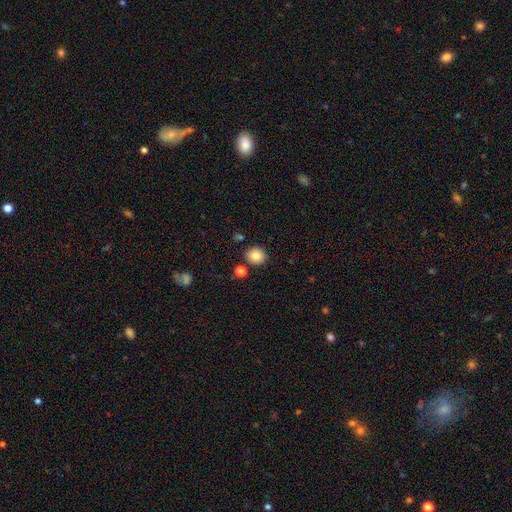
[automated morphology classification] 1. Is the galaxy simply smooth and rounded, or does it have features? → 83% smooth, 10% star or artifact, 7% featured or disk.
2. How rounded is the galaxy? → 81% round, 18% in between, 1% cigar-shaped.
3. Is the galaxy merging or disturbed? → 84% none, 8% minor disturbance, 6% merger, 2% major disturbance.